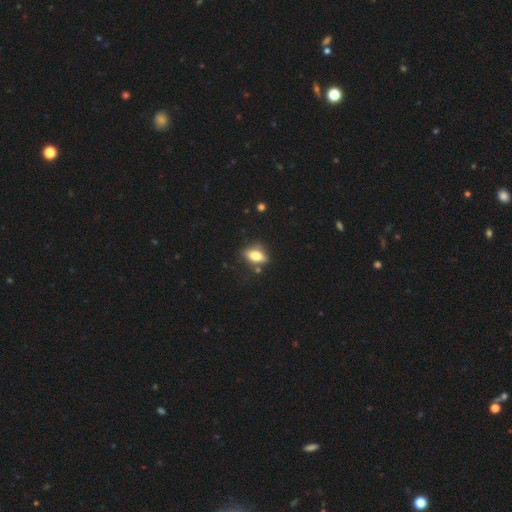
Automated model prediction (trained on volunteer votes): Smooth or featured: smooth — 66% (featured or disk — 25%)
How rounded: in between — 78% (cigar-shaped — 13%)
Merging: none — 74% (minor disturbance — 17%)